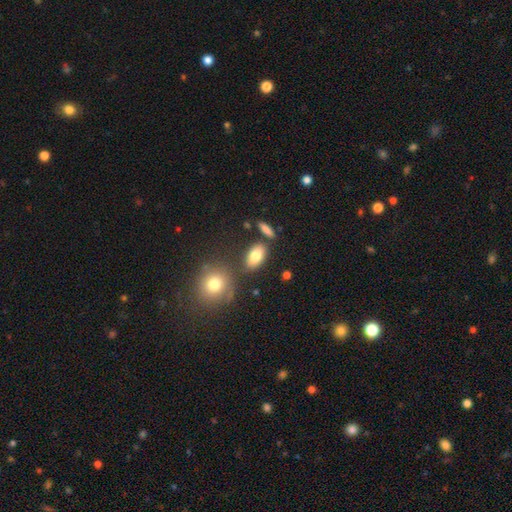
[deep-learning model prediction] A smooth galaxy with no disk features (80%) that is in between round and cigar-shaped (88%).

Vote fractions:
- Smooth or featured? smooth: 80% / featured or disk: 11% / star or artifact: 9%
- How rounded? in between: 88% / round: 9% / cigar-shaped: 3%
- Merging? none: 76% / minor disturbance: 12% / merger: 9% / major disturbance: 3%